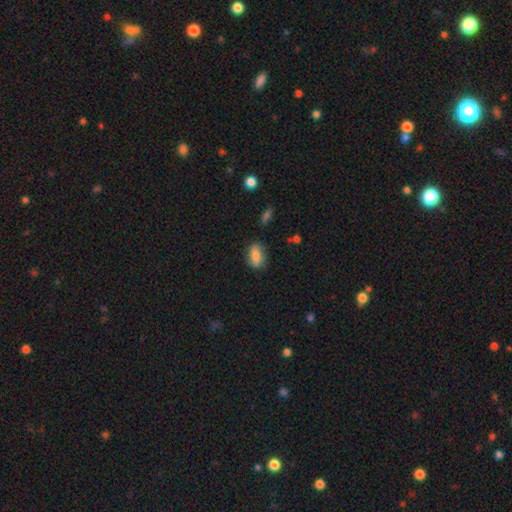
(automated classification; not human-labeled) A smooth galaxy with no disk features (73%) that is in between round and cigar-shaped (82%).

Vote fractions:
- Smooth or featured? smooth: 73% / featured or disk: 19% / star or artifact: 8%
- How rounded? in between: 82% / round: 10% / cigar-shaped: 9%
- Merging? none: 79% / minor disturbance: 16% / major disturbance: 4% / merger: 2%